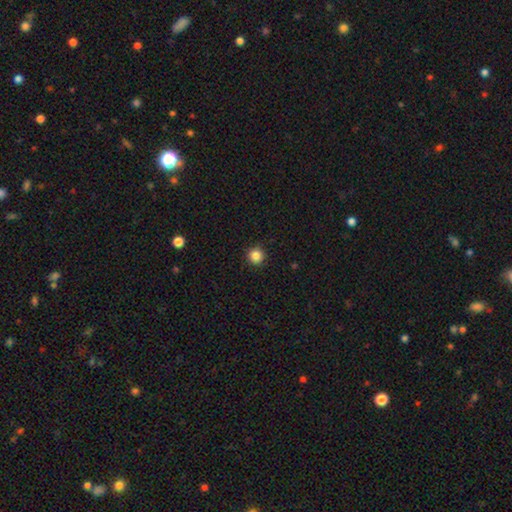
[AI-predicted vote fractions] A smooth galaxy with no disk features (85%) that is round (95%).

Vote fractions:
- Smooth or featured? smooth: 85% / star or artifact: 11% / featured or disk: 4%
- How rounded? round: 95% / in between: 4% / cigar-shaped: 1%
- Merging? none: 92% / minor disturbance: 5% / major disturbance: 2% / merger: 1%